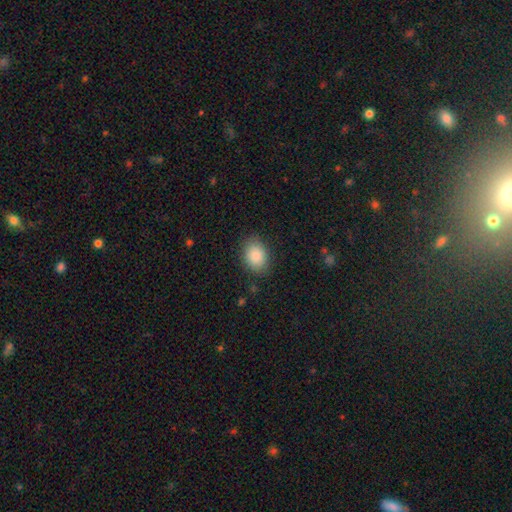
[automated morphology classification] Overall: smooth (88%). How rounded: in between (69%; round 30%). Merging: none (84%).